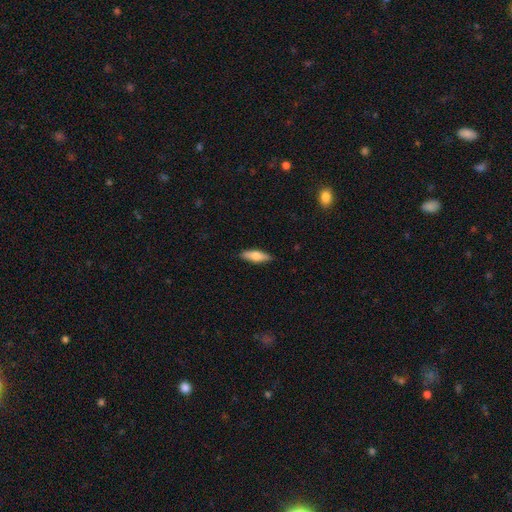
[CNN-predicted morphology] Smooth or featured?
  - smooth: 67% *
  - featured or disk: 27%
  - star or artifact: 6%
How rounded?
  - in between: 51% *
  - cigar-shaped: 47%
  - round: 2%
Merging?
  - none: 87% *
  - minor disturbance: 10%
  - major disturbance: 2%
  - merger: 1%